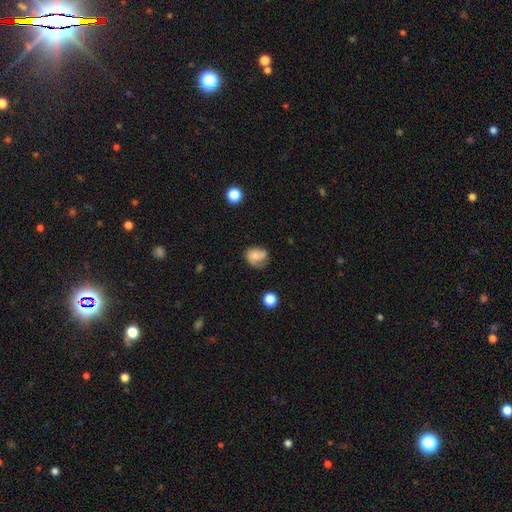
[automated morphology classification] The model was most divided on "how rounded": round: 51%, in between: 47%, cigar-shaped: 1%. Remaining: smooth or featured — smooth (52%); merging — none (46%).